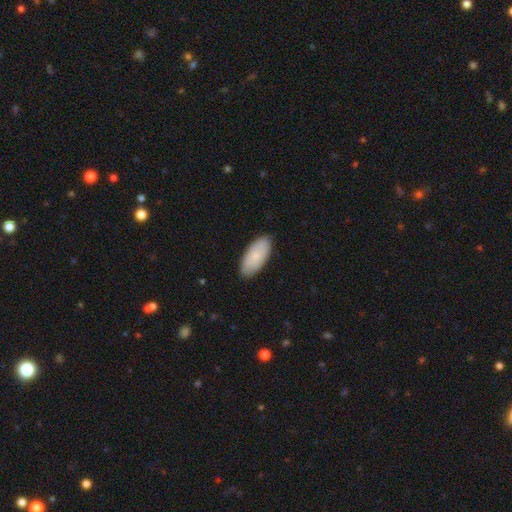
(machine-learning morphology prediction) Smooth or featured? smooth (82%)
How rounded? in between (91%)
Merging? none (87%)